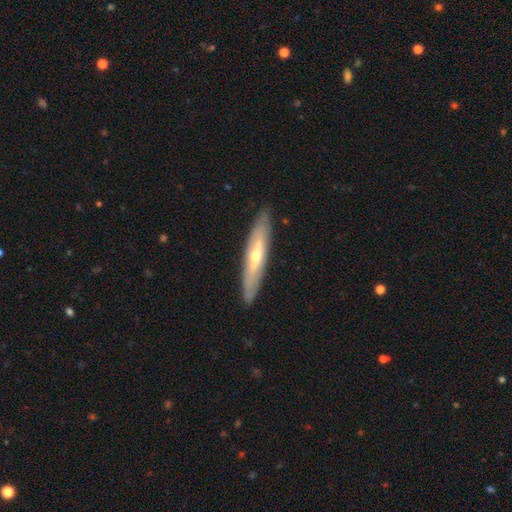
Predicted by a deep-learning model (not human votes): Smooth or featured? featured or disk (60%)
Edge-on disk? yes (74%)
Merging? none (88%)